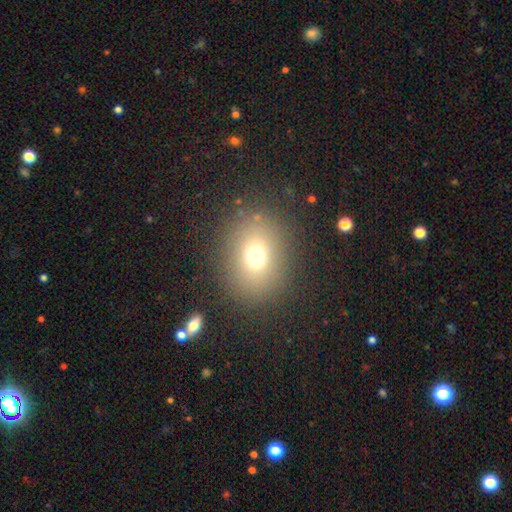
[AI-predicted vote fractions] A smooth galaxy with no disk features (72%) that is round (58%).

Vote fractions:
- Smooth or featured? smooth: 72% / star or artifact: 17% / featured or disk: 12%
- How rounded? round: 58% / in between: 41% / cigar-shaped: 1%
- Merging? none: 85% / minor disturbance: 9% / major disturbance: 5% / merger: 2%